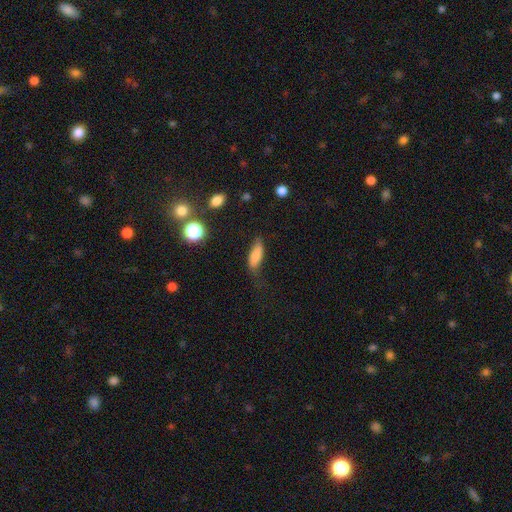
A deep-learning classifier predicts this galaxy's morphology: This appears to be a smooth galaxy with no disk features (77%) that is in between round and cigar-shaped (67%). Merging: none (52%).